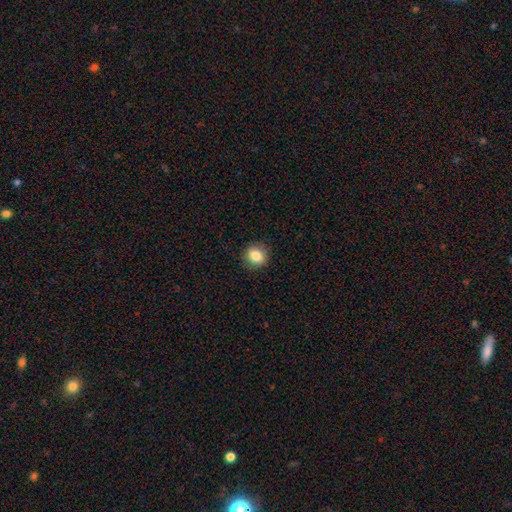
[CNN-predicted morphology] smooth-or-featured: smooth: 85% | star or artifact: 10% | featured or disk: 6%
  how-rounded: round: 76% | in between: 23% | cigar-shaped: 1%
  merging: none: 89% | minor disturbance: 8% | major disturbance: 2% | merger: 1%